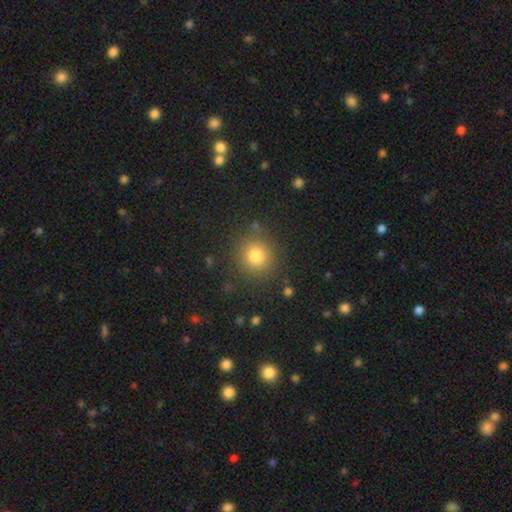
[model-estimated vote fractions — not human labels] This is clearly a smooth galaxy (81%). How rounded: clearly round (89%). Merging: clearly none (85%).